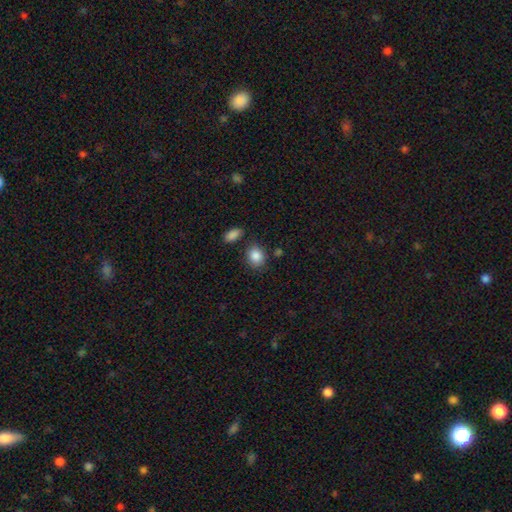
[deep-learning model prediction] This appears to be a smooth galaxy with no disk features (87%) that is round (55%). Merging: none (78%).